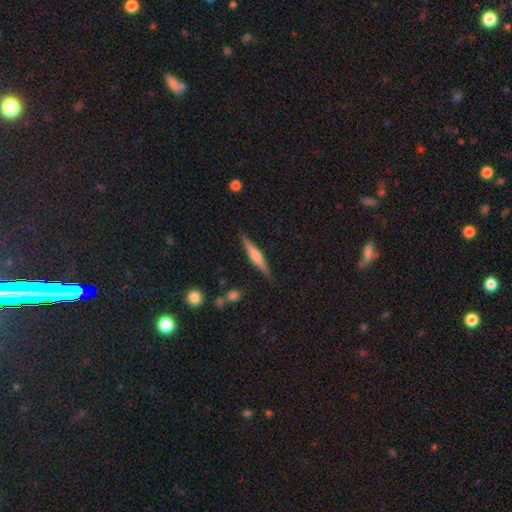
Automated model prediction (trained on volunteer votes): Smooth or featured? featured or disk (57%)
Edge-on disk? yes (97%)
Edge-on bulge? rounded (60%)
Merging? none (87%)